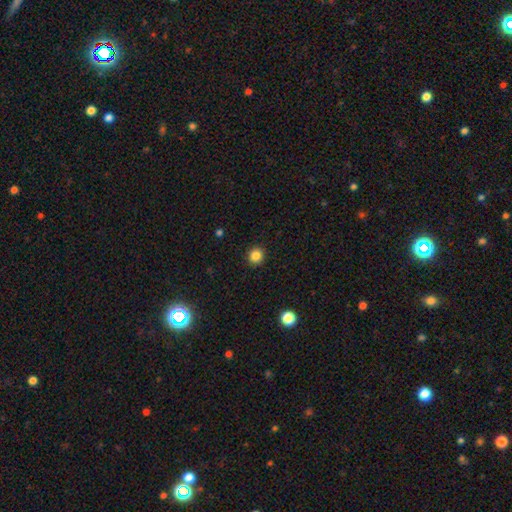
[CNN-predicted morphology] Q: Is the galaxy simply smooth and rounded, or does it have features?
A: smooth — 84%.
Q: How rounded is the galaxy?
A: round — 90%.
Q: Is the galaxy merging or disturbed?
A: none — 92%.